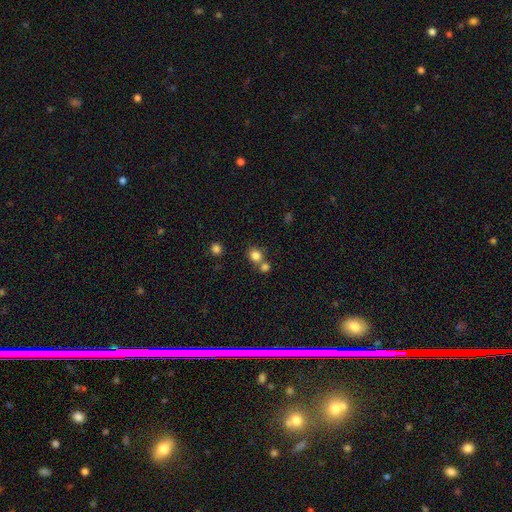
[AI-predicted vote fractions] smooth 81%, star or artifact 12%, featured or disk 7%. Down the decision tree: how rounded — round (78%); merging — none (55%).